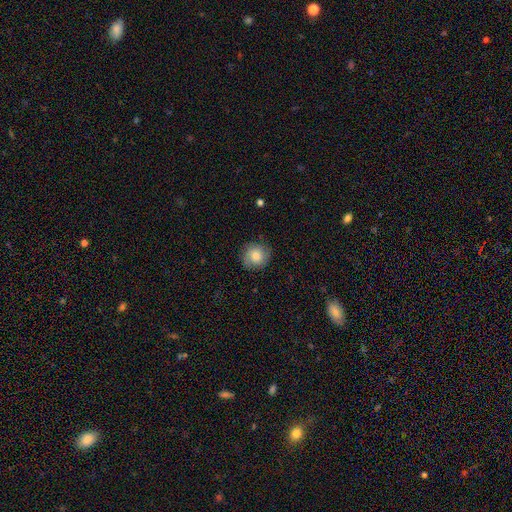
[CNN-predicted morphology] Smooth or featured? Predicted: smooth (p=0.66). How rounded? Predicted: round (p=0.87). Merging? Predicted: none (p=0.81).